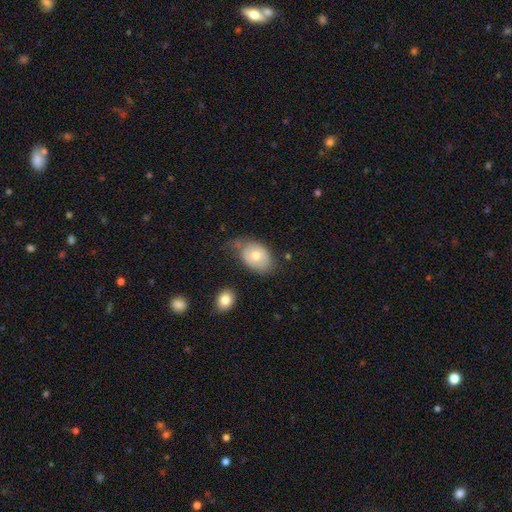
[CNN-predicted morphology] This is likely a smooth galaxy (70%). How rounded: likely in between (79%). Merging: possibly none (53%).